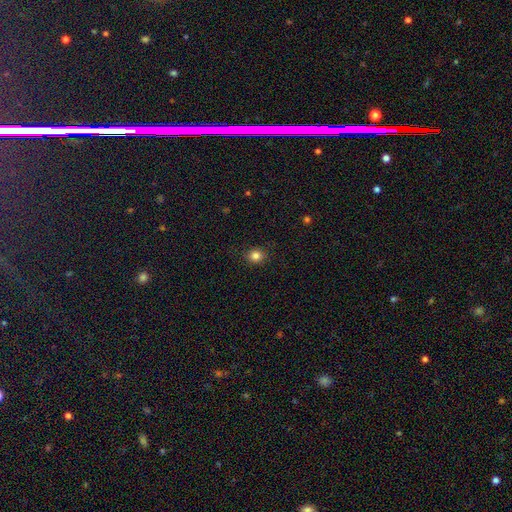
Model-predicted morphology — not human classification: type=smooth (83%); roundness=round (77%); merging=none (89%).